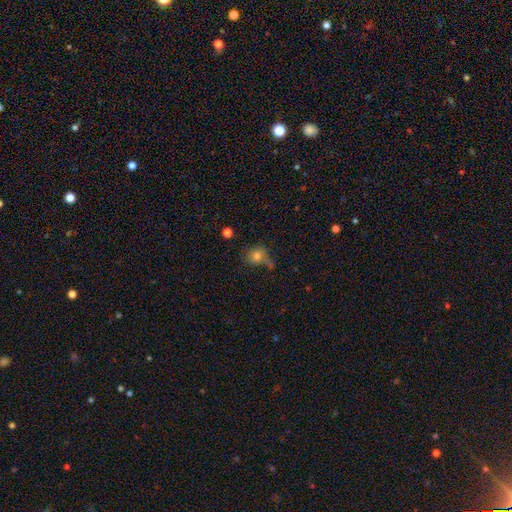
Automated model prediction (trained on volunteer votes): smooth_or_featured: smooth (p=0.69) [alt: star or artifact p=0.16]
how_rounded: round (p=0.69) [alt: in between p=0.30]
merging: none (p=0.50) [alt: minor disturbance p=0.22]